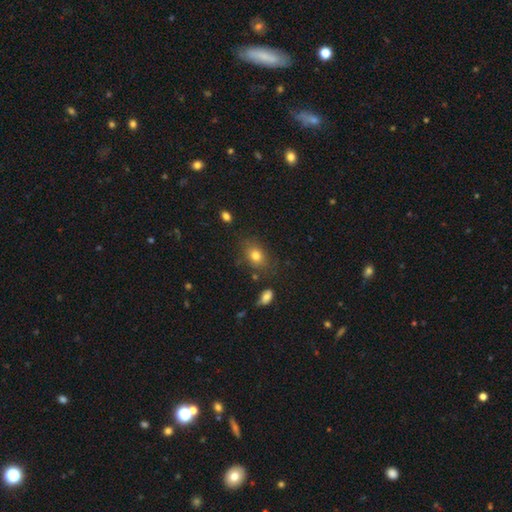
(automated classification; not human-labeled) smooth_or_featured: smooth (p=0.78) [alt: star or artifact p=0.11]
how_rounded: in between (p=0.66) [alt: round p=0.32]
merging: none (p=0.74) [alt: minor disturbance p=0.17]